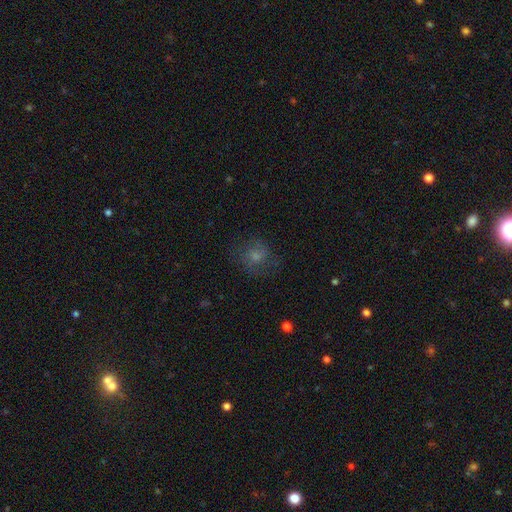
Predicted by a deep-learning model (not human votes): Smooth or featured: smooth — 61% (featured or disk — 25%)
How rounded: round — 72% (in between — 26%)
Merging: none — 62% (minor disturbance — 20%)